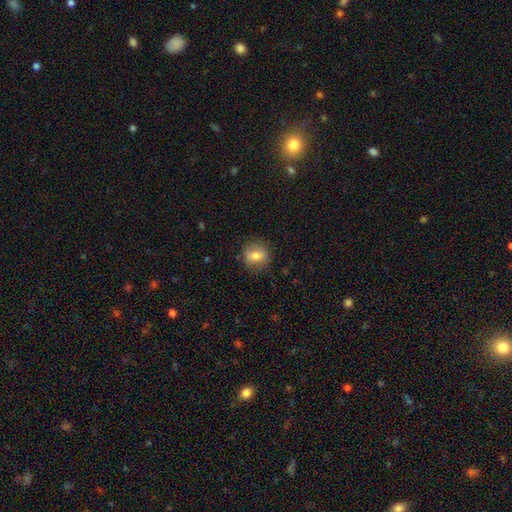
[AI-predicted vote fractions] The model was most divided on "smooth or featured": smooth: 72%, featured or disk: 19%, star or artifact: 9%. More confident: merging — none (84%); how rounded — round (79%).